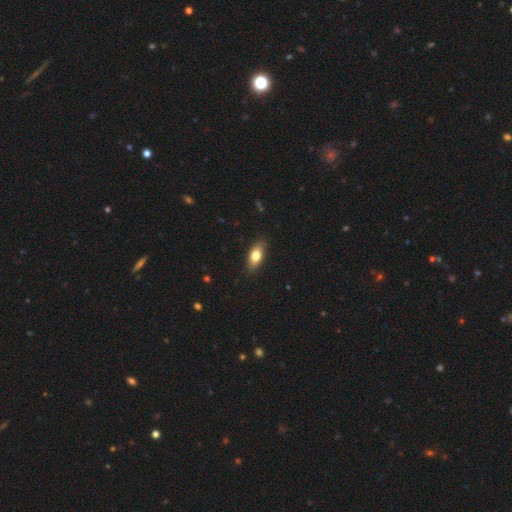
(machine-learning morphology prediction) A smooth galaxy with no disk features (79%) that is in between round and cigar-shaped (86%). Merging: none (86%).